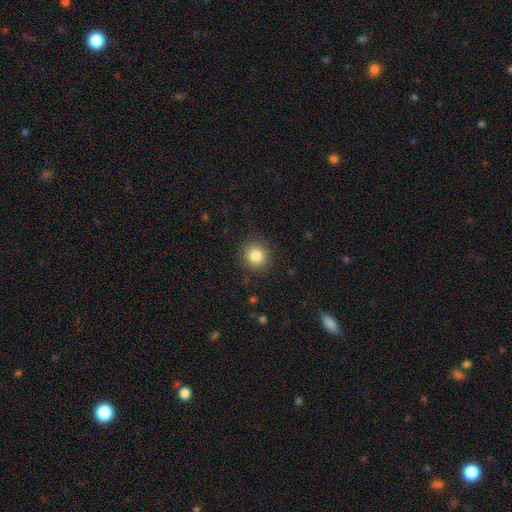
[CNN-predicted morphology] Smooth or featured? smooth (85%)
How rounded? round (90%)
Merging? none (90%)